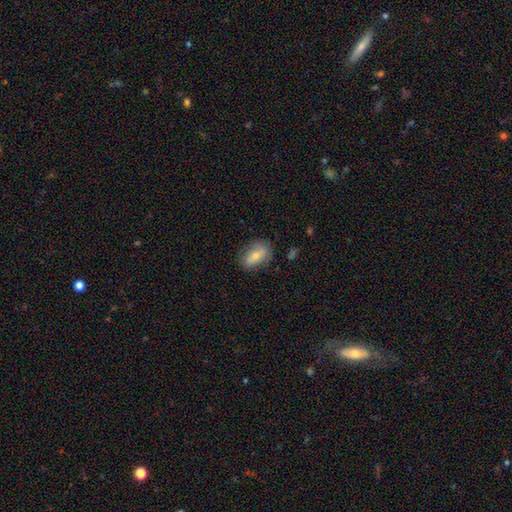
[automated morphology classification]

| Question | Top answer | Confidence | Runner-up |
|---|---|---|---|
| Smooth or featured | smooth | 67% | featured or disk (25%) |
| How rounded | in between | 85% | round (11%) |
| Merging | none | 76% | minor disturbance (18%) |